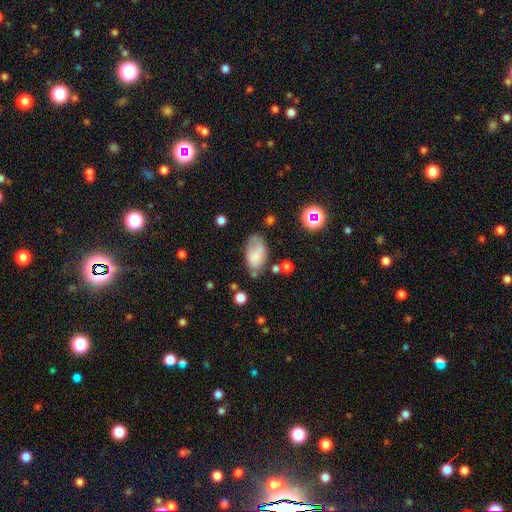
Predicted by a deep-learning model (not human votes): smooth-or-featured: smooth: 72% | featured or disk: 18% | star or artifact: 10%
  how-rounded: in between: 93% | round: 5% | cigar-shaped: 2%
  merging: none: 49% | minor disturbance: 29% | major disturbance: 15% | merger: 8%